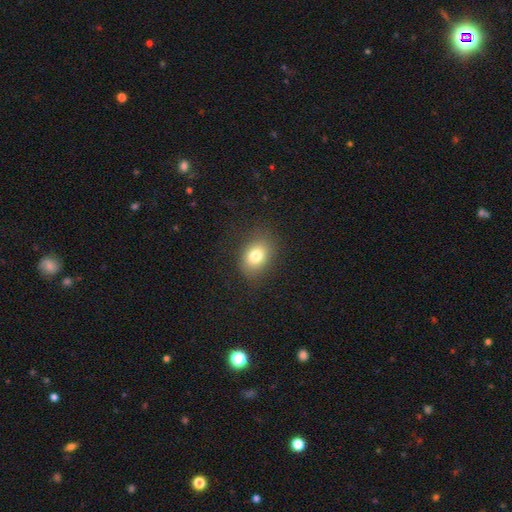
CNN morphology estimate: type=smooth (79%); roundness=in between (65%); merging=none (82%).